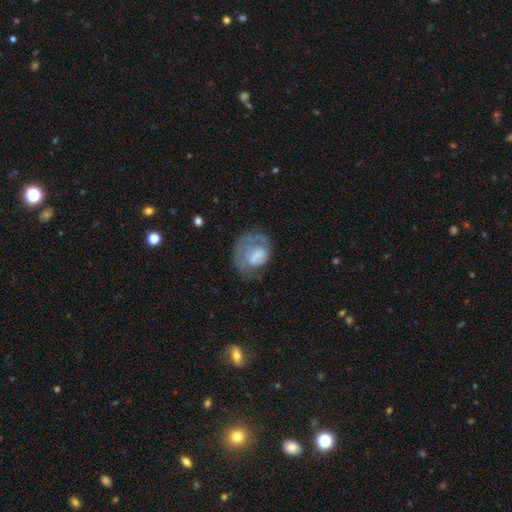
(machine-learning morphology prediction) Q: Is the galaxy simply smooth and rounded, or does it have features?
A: featured or disk — 48%.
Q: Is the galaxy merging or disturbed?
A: major disturbance — 38%.